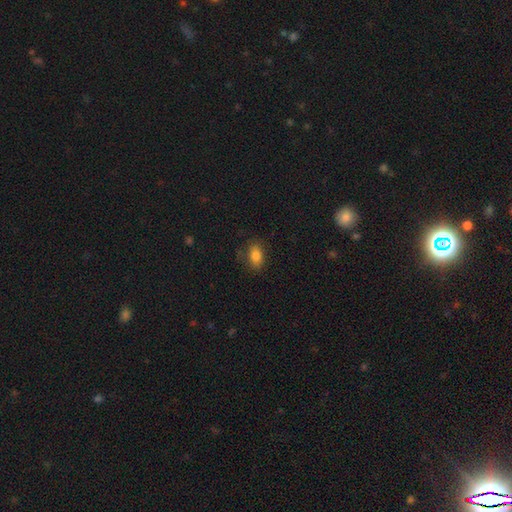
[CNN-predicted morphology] smooth_or_featured: smooth (p=0.82) [alt: star or artifact p=0.10]
how_rounded: in between (p=0.85) [alt: round p=0.12]
merging: none (p=0.79) [alt: minor disturbance p=0.16]